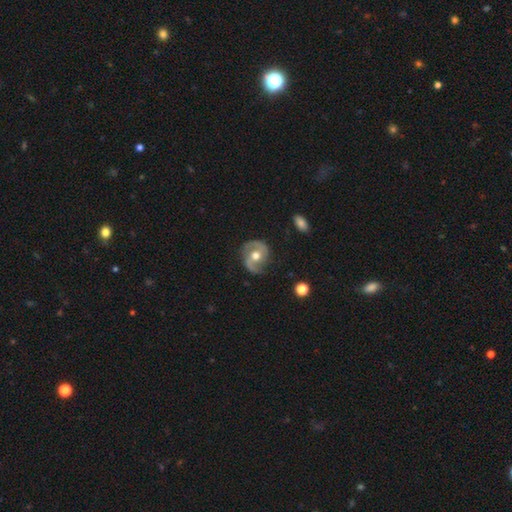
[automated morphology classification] Q: Smooth or featured?
A: featured or disk (80%); runner-up: smooth (14%)
Q: Edge-on disk?
A: no (97%); runner-up: yes (3%)
Q: Bar?
A: no (54%); runner-up: weak (34%)
Q: Spiral arms?
A: yes (91%); runner-up: no (9%)
Q: Spiral winding?
A: medium (48%); runner-up: loose (31%)
Q: Spiral arm count?
A: 2 (87%); runner-up: 1 (5%)
Q: Bulge size?
A: moderate (76%); runner-up: large (13%)
Q: Merging?
A: none (73%); runner-up: minor disturbance (18%)